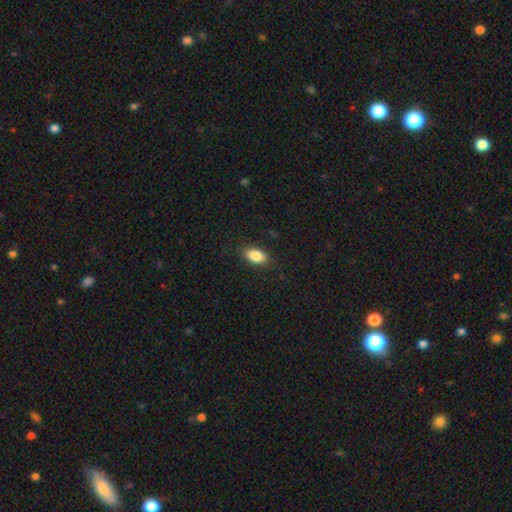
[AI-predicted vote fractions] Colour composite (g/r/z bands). It shows a smooth galaxy with no disk features (86%) that is in between round and cigar-shaped (90%). Merging: none (86%).